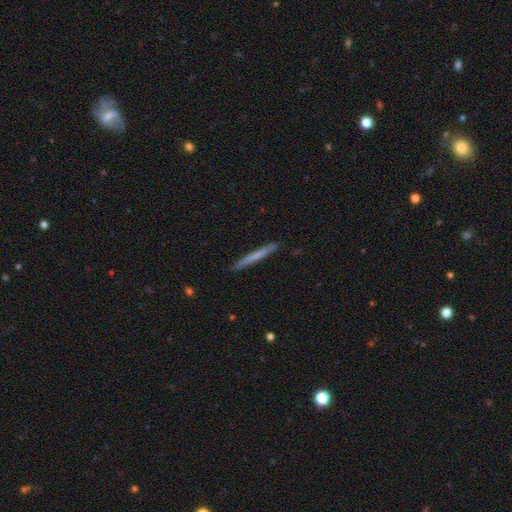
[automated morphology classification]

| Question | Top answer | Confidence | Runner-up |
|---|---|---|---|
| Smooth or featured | smooth | 58% | featured or disk (36%) |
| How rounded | cigar-shaped | 97% | in between (2%) |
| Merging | none | 92% | minor disturbance (5%) |